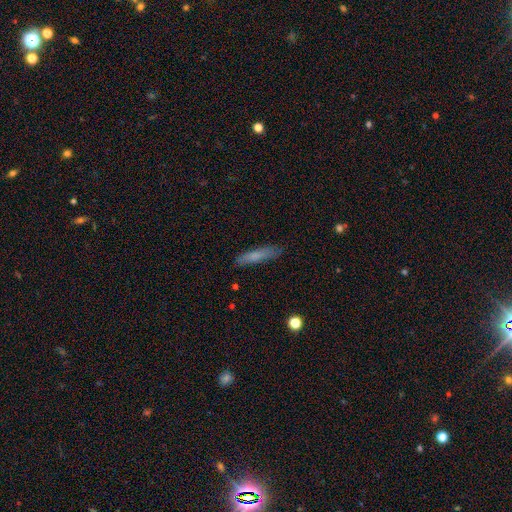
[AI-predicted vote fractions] Smooth or featured?
  - smooth: 74% *
  - featured or disk: 19%
  - star or artifact: 7%
How rounded?
  - cigar-shaped: 86% *
  - in between: 12%
  - round: 2%
Merging?
  - none: 83% *
  - minor disturbance: 13%
  - major disturbance: 3%
  - merger: 1%